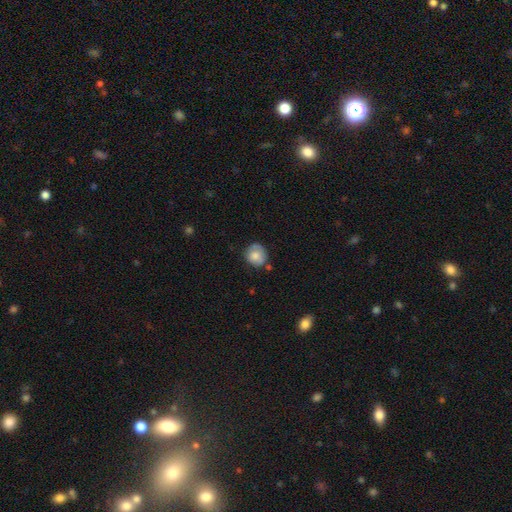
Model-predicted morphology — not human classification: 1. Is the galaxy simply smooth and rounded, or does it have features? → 74% smooth, 19% featured or disk, 8% star or artifact.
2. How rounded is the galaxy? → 80% round, 19% in between, 1% cigar-shaped.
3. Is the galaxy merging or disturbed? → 66% none, 24% minor disturbance, 6% major disturbance, 5% merger.